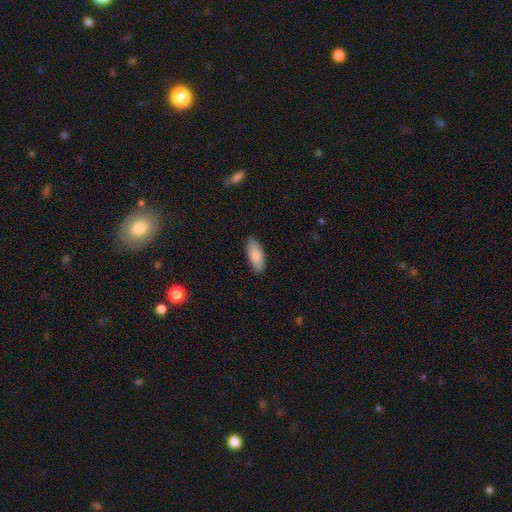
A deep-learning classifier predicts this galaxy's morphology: A smooth galaxy with no disk features (83%) that is in between round and cigar-shaped (81%).

Vote fractions:
- Smooth or featured? smooth: 83% / featured or disk: 11% / star or artifact: 6%
- How rounded? in between: 81% / cigar-shaped: 17% / round: 2%
- Merging? none: 87% / minor disturbance: 10% / major disturbance: 2% / merger: 1%